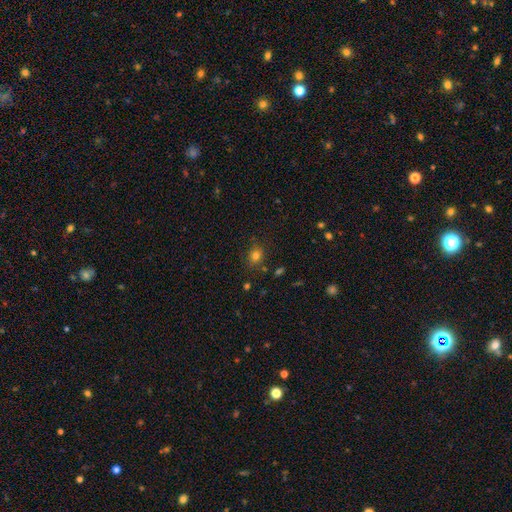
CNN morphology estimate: This is likely a smooth galaxy (77%). How rounded: likely round (66%). Merging: likely none (80%).